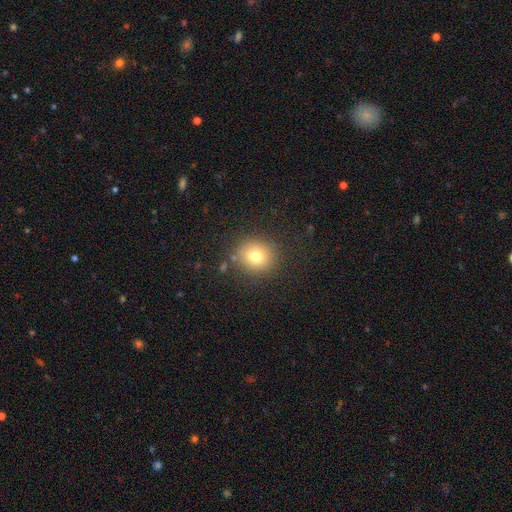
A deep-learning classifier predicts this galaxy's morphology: Smooth or featured? Predicted: smooth (p=0.75). How rounded? Predicted: round (p=0.85). Merging? Predicted: none (p=0.84).